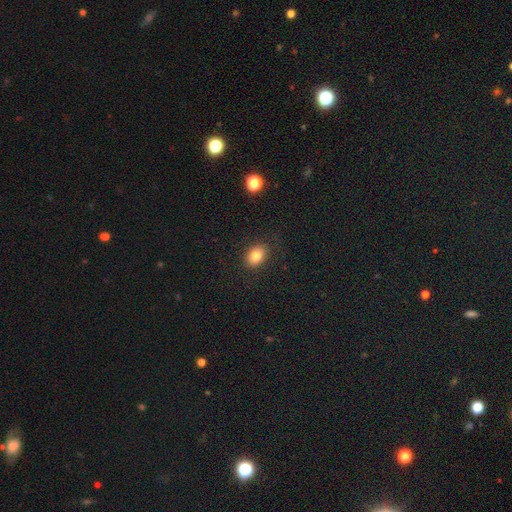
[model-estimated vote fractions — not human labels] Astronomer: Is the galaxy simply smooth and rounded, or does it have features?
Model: smooth — 80%.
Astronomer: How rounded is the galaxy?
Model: in between — 71%.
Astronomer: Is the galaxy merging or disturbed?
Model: none — 87%.